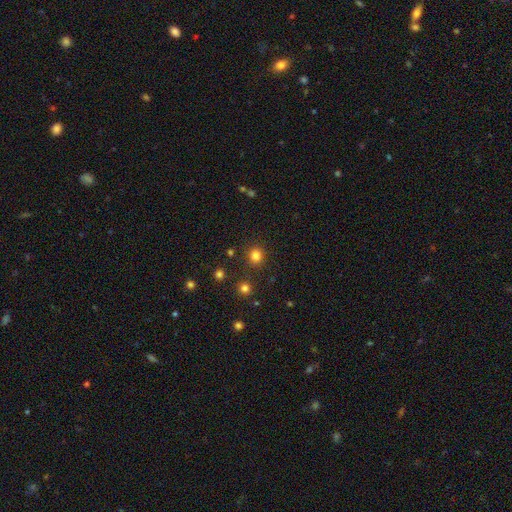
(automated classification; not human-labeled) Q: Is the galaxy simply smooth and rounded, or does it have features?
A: smooth — 81%.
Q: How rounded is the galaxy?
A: round — 86%.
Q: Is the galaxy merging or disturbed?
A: none — 88%.